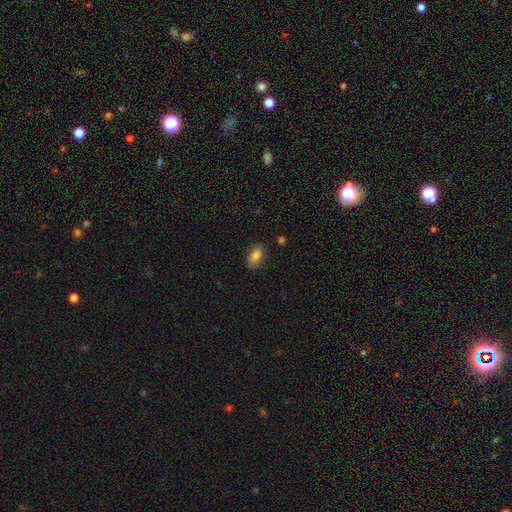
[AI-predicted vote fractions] Overall: smooth (84%). How rounded: in between (91%). Merging: none (84%).